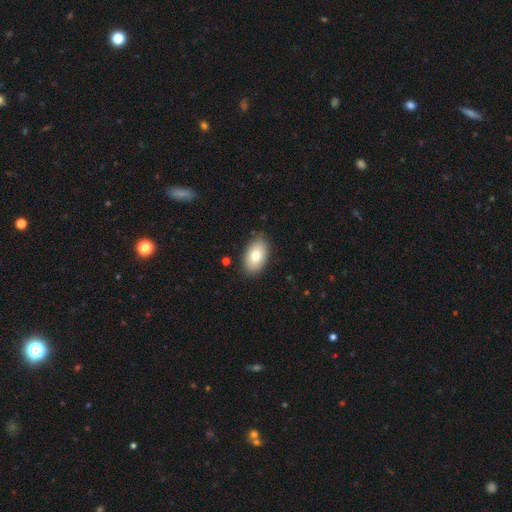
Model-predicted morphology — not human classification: Smooth or featured: smooth — 78% (featured or disk — 15%)
How rounded: in between — 92% (round — 7%)
Merging: none — 85% (minor disturbance — 11%)